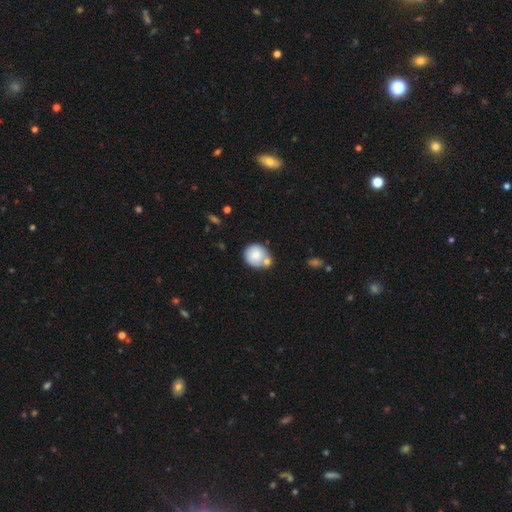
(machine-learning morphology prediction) Smooth or featured? Predicted: smooth (p=0.79). How rounded? Predicted: round (p=0.85). Merging? Predicted: none (p=0.52).